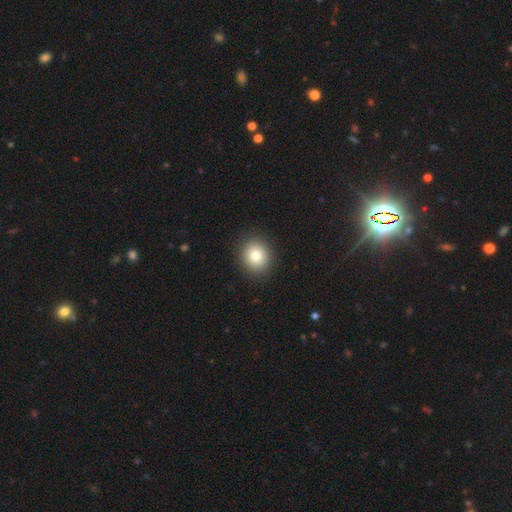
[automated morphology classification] smooth-or-featured: smooth: 81% | star or artifact: 10% | featured or disk: 9%
  how-rounded: round: 78% | in between: 21% | cigar-shaped: 1%
  merging: none: 90% | minor disturbance: 6% | major disturbance: 2% | merger: 1%